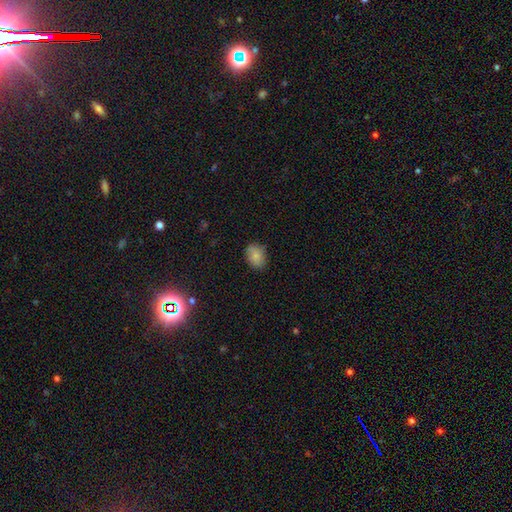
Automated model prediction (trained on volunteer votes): smooth-or-featured: smooth: 83% | featured or disk: 9% | star or artifact: 9%
  how-rounded: in between: 71% | round: 28% | cigar-shaped: 1%
  merging: none: 79% | minor disturbance: 16% | major disturbance: 3% | merger: 1%